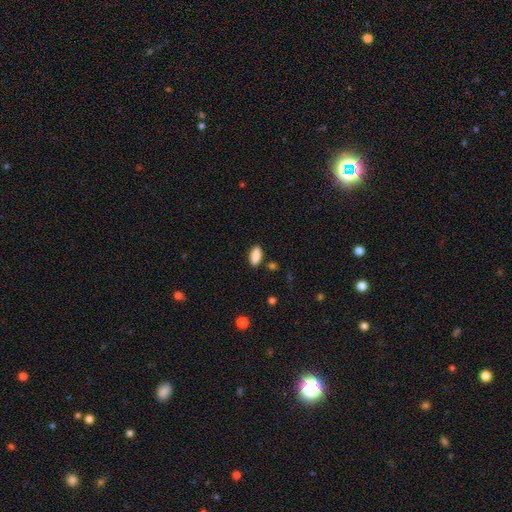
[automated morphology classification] Q: Smooth or featured?
A: smooth (88%); runner-up: star or artifact (7%)
Q: How rounded?
A: in between (82%); runner-up: cigar-shaped (15%)
Q: Merging?
A: none (86%); runner-up: minor disturbance (10%)